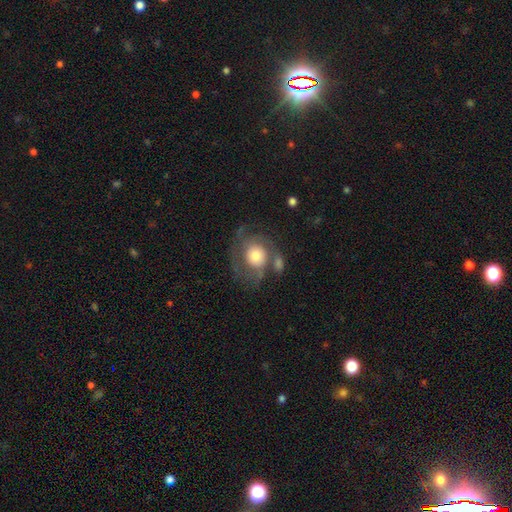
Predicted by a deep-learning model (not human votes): The model was most divided on "bulge size": moderate: 41%, large: 40%, small: 11%, dominant: 5%, none: 2%. Remaining: edge-on disk — no (97%); bar — no (83%); spiral arms — yes (79%); smooth or featured — featured or disk (61%); merging — none (48%).